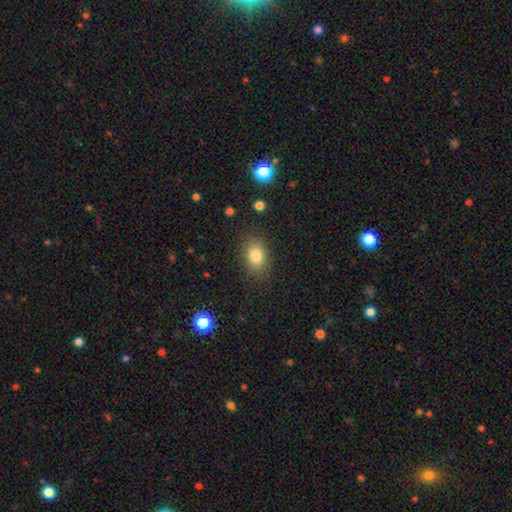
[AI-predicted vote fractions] This is clearly a smooth galaxy (81%). How rounded: likely in between (78%). Merging: clearly none (83%).